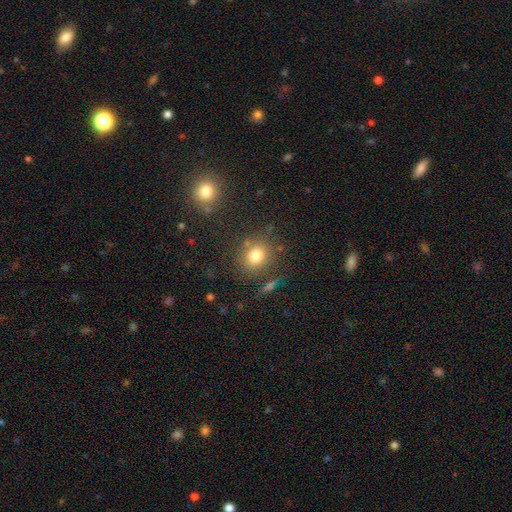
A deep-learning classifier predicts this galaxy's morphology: smooth-or-featured: smooth: 78% | star or artifact: 14% | featured or disk: 8%
  how-rounded: round: 74% | in between: 25% | cigar-shaped: 1%
  merging: none: 80% | minor disturbance: 11% | merger: 5% | major disturbance: 4%